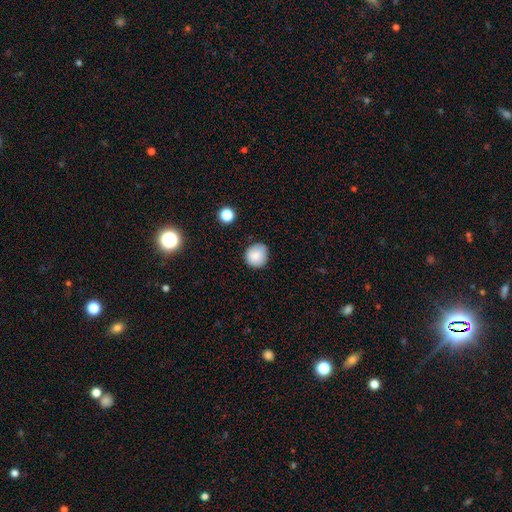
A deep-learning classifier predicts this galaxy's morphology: smooth 84%, star or artifact 9%, featured or disk 7%. Down the decision tree: how rounded — round (89%); merging — none (83%).